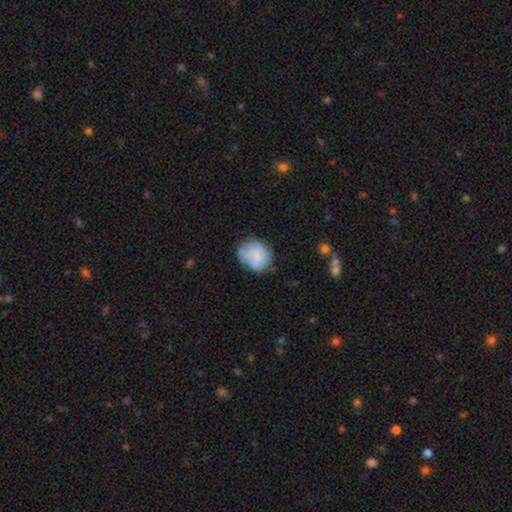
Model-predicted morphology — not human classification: A smooth galaxy with no disk features (70%) that is round (59%). Merging: none (59%).